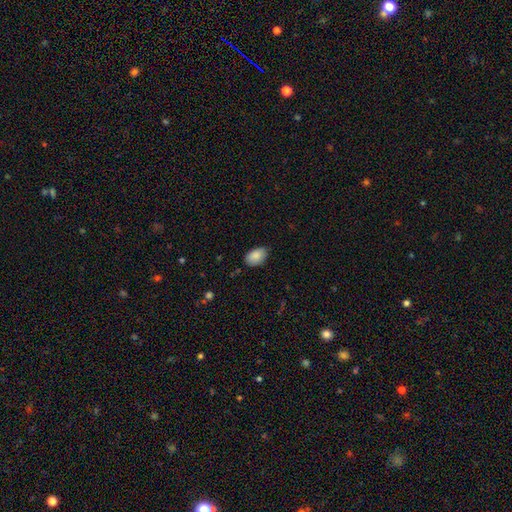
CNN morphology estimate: Smooth or featured? smooth (87%)
How rounded? in between (91%)
Merging? none (77%)